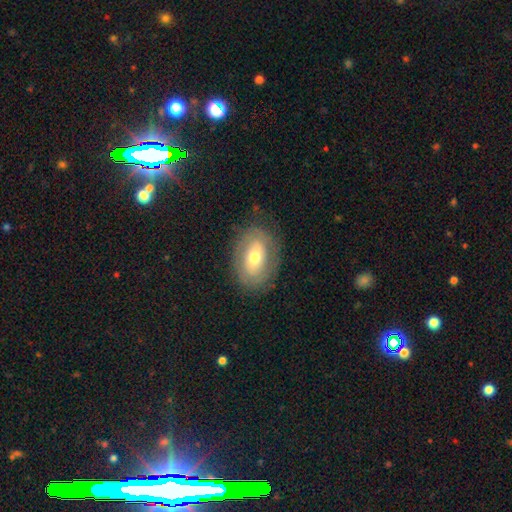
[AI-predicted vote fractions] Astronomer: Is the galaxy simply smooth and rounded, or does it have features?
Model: smooth — 38% (runner-up: featured or disk, 34%).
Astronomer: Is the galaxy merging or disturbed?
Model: none — 84%.